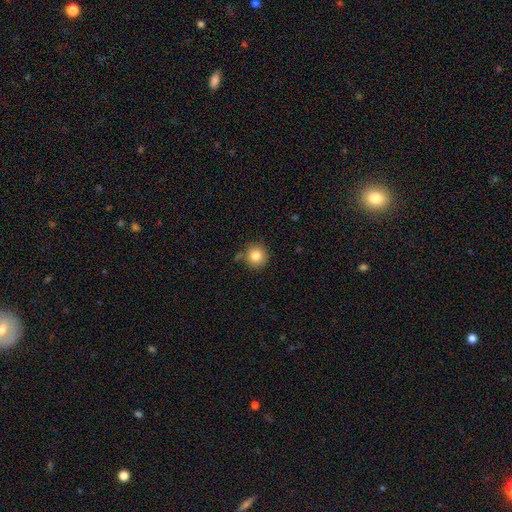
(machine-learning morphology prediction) The model was most divided on "merging": none: 79%, minor disturbance: 13%, merger: 5%, major disturbance: 3%. More confident: how rounded — round (93%); smooth or featured — smooth (83%).